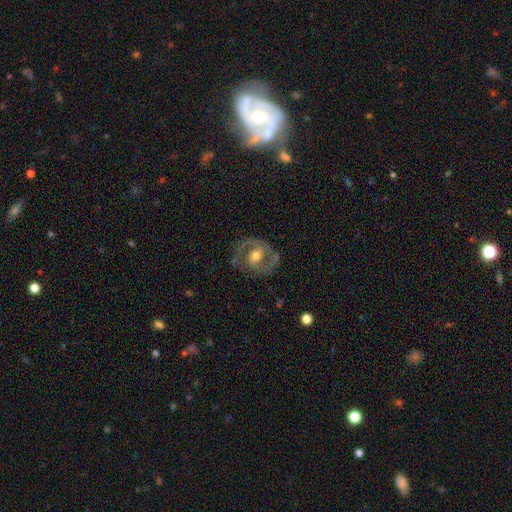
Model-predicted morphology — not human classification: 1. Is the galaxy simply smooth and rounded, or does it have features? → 82% featured or disk, 11% smooth, 7% star or artifact.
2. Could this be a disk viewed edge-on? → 97% no, 3% yes.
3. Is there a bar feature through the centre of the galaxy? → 44% no, 39% weak, 17% strong.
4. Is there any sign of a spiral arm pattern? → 88% yes, 12% no.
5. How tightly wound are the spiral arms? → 52% medium, 35% tight, 14% loose.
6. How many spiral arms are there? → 86% 2, 6% can't tell, 4% 1, 2% 3, 1% 4, 1% more than 4.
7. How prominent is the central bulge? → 69% moderate, 21% small, 8% large, 1% none, 1% dominant.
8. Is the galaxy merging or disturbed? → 77% none, 14% minor disturbance, 7% major disturbance, 1% merger.